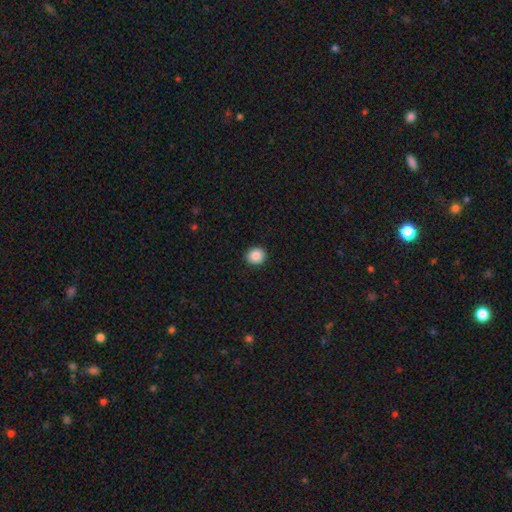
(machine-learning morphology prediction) This appears to be a smooth galaxy with no disk features (88%) that is round (86%). Merging: none (92%).